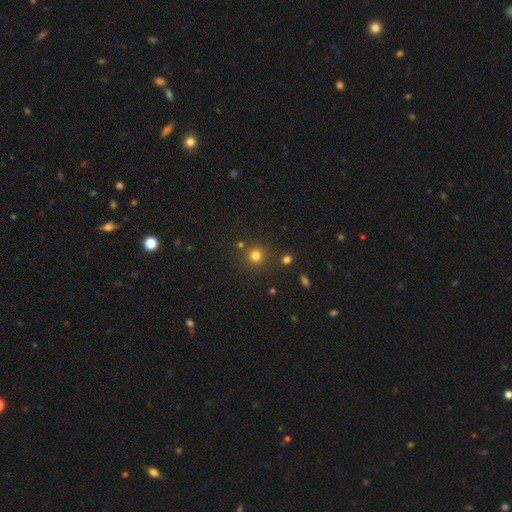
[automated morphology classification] The model was most divided on "smooth or featured": smooth: 77%, star or artifact: 17%, featured or disk: 6%. More confident: how rounded — round (93%); merging — none (83%).